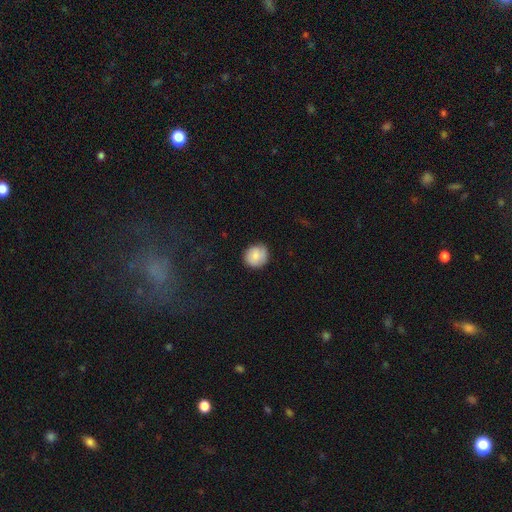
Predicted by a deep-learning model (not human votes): Smooth or featured: smooth — 80% (featured or disk — 13%)
How rounded: round — 89% (in between — 10%)
Merging: none — 75% (minor disturbance — 20%)